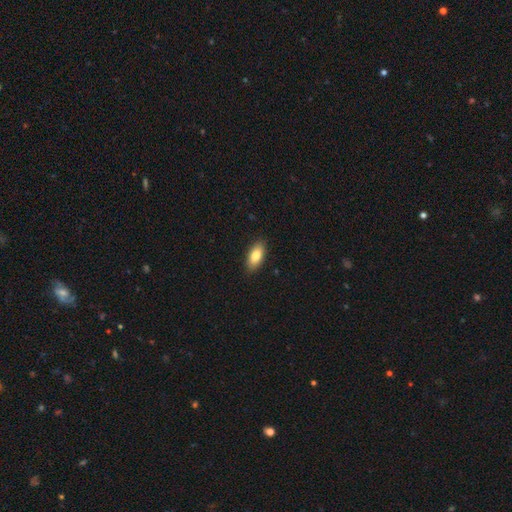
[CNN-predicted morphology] A smooth galaxy with no disk features (83%) that is in between round and cigar-shaped (89%).

Vote fractions:
- Smooth or featured? smooth: 83% / featured or disk: 11% / star or artifact: 7%
- How rounded? in between: 89% / cigar-shaped: 8% / round: 3%
- Merging? none: 88% / minor disturbance: 9% / major disturbance: 2% / merger: 1%